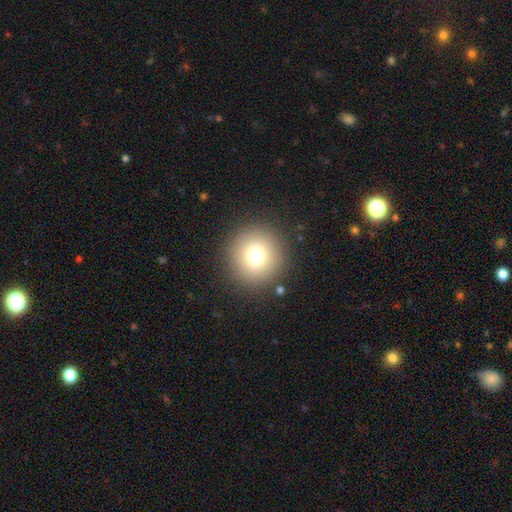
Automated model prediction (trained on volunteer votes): smooth 75%, star or artifact 15%, featured or disk 10%. Down the decision tree: how rounded — round (96%); merging — none (90%).